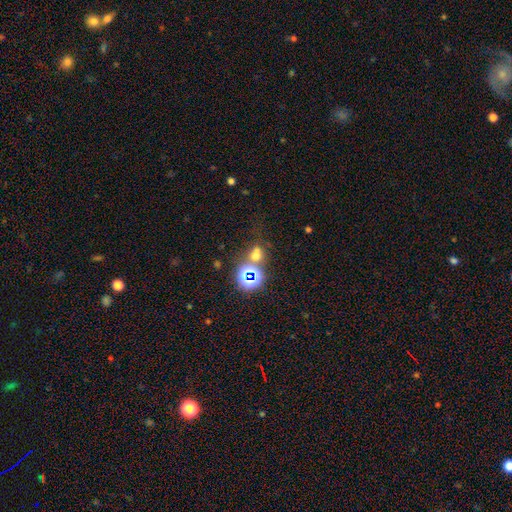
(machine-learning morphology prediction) Q: Smooth or featured?
A: smooth (47%); runner-up: star or artifact (43%)
Q: Merging?
A: none (54%); runner-up: merger (29%)